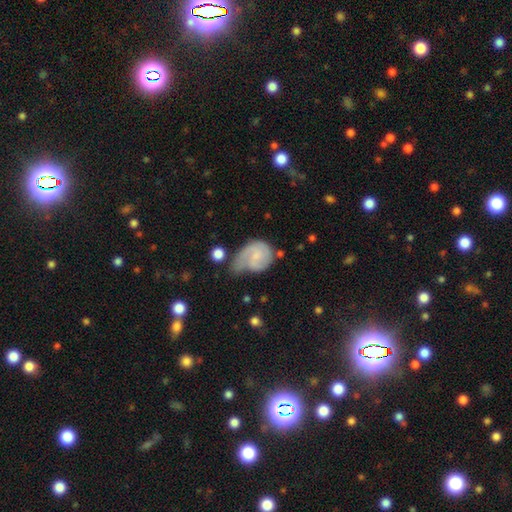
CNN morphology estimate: Q: Smooth or featured?
A: featured or disk (48%); runner-up: smooth (45%)
Q: Merging?
A: minor disturbance (35%); runner-up: major disturbance (32%)